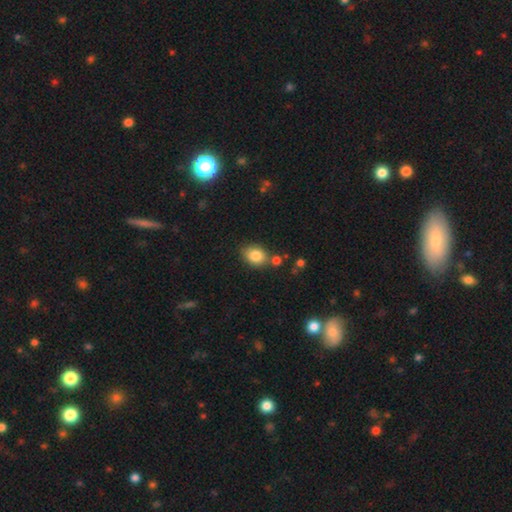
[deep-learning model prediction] Smooth or featured: smooth — 83% (star or artifact — 9%)
How rounded: in between — 61% (round — 38%)
Merging: none — 70% (minor disturbance — 14%)